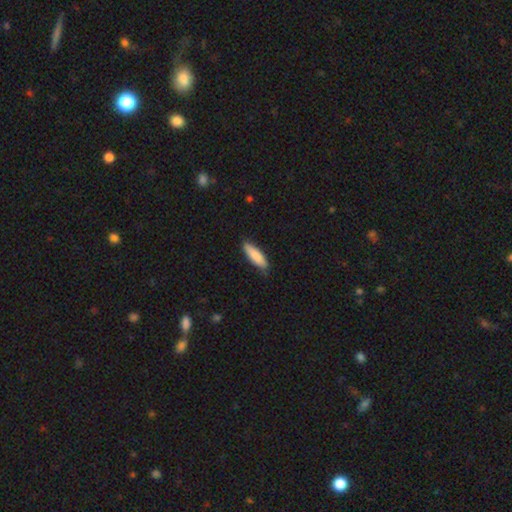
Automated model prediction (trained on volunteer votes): This appears to be a smooth galaxy with no disk features (84%) that is cigar-shaped (57%). Merging: none (82%).